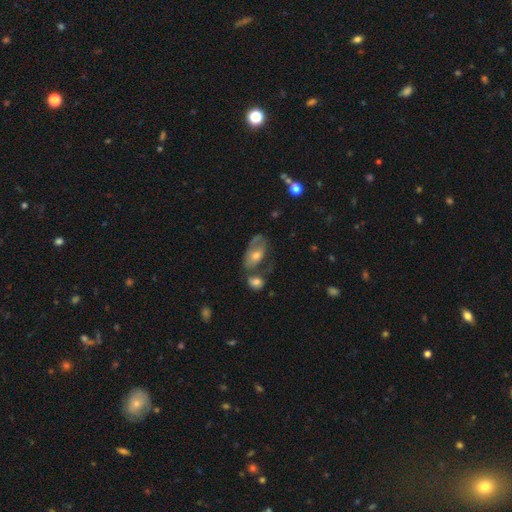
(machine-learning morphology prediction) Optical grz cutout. It shows a featured or disk galaxy (46%). Merging: none (42%).